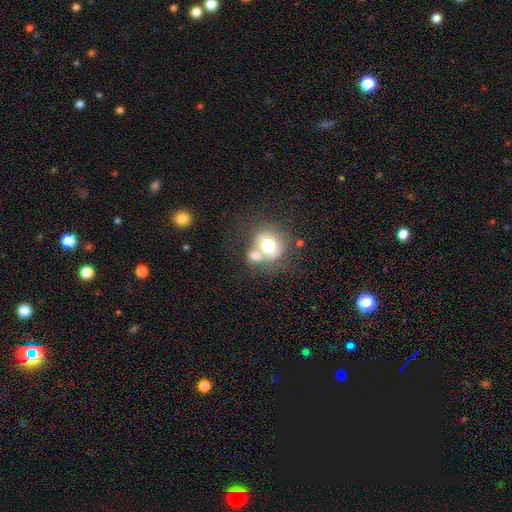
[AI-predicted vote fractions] The model was most divided on "merging": merger: 48%, none: 36%, minor disturbance: 10%, major disturbance: 6%. More confident: how rounded — round (73%); smooth or featured — smooth (67%).